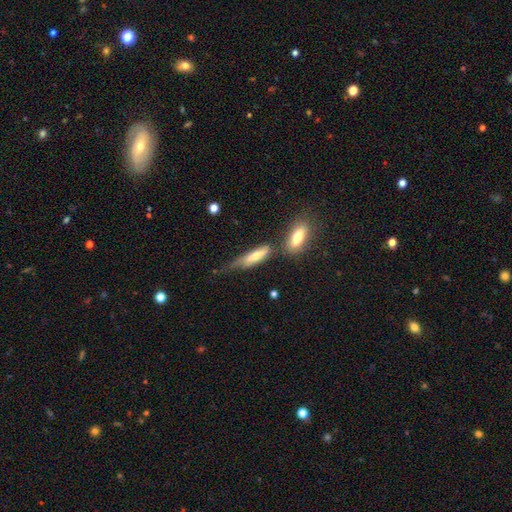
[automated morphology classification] Smooth or featured? Predicted: smooth (p=0.62). How rounded? Predicted: cigar-shaped (p=0.64). Merging? Predicted: none (p=0.39).